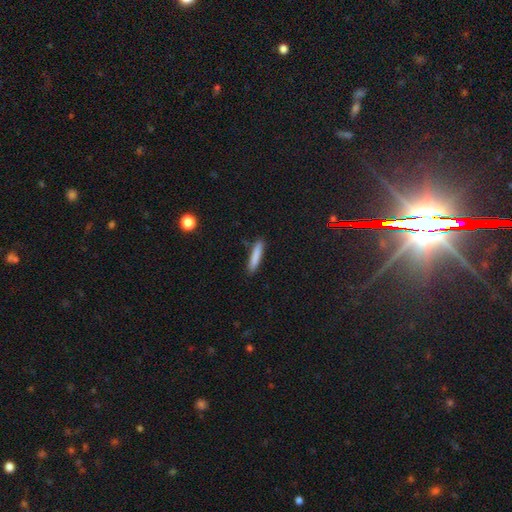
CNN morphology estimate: smooth_or_featured: smooth (p=0.84) [alt: featured or disk p=0.09]
how_rounded: cigar-shaped (p=0.91) [alt: in between p=0.08]
merging: none (p=0.87) [alt: minor disturbance p=0.09]